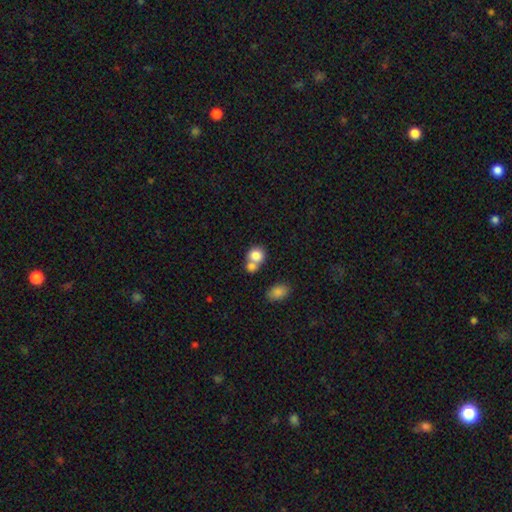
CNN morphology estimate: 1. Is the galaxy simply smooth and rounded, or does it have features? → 80% smooth, 11% featured or disk, 9% star or artifact.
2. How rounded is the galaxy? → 66% round, 33% in between, 1% cigar-shaped.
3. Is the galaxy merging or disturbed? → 55% merger, 34% none, 8% minor disturbance, 4% major disturbance.